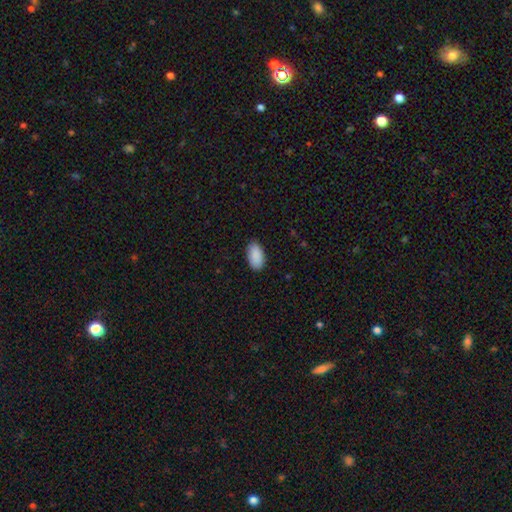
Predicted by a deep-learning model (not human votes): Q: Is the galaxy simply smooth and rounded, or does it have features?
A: smooth — 91%.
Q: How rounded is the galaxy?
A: in between — 96%.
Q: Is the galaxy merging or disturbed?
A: none — 88%.